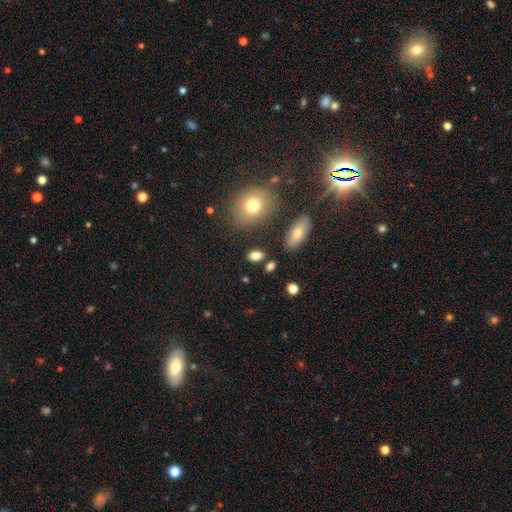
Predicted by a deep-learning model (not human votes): This is clearly a smooth galaxy (81%). How rounded: clearly in between (84%). Merging: likely none (80%).